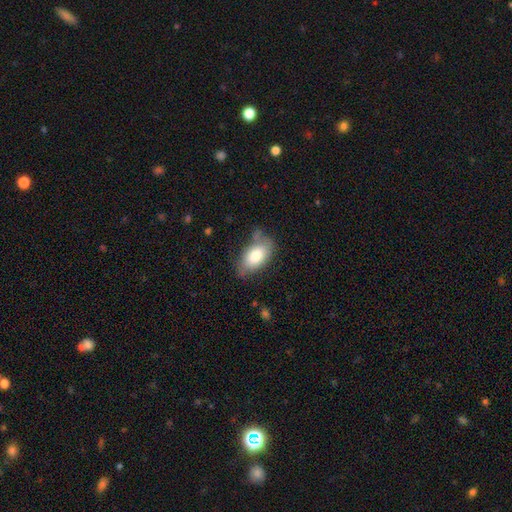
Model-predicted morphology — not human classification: Q: Smooth or featured?
A: smooth (79%); runner-up: featured or disk (14%)
Q: How rounded?
A: in between (93%); runner-up: round (5%)
Q: Merging?
A: none (60%); runner-up: minor disturbance (27%)